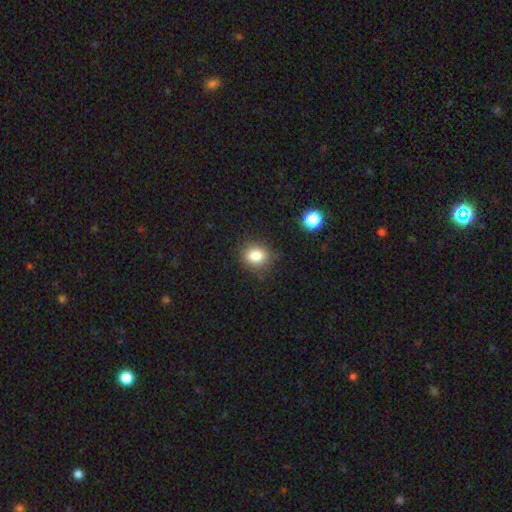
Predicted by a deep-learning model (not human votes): smooth 83%, star or artifact 11%, featured or disk 6%. Down the decision tree: how rounded — round (50%); merging — none (82%).